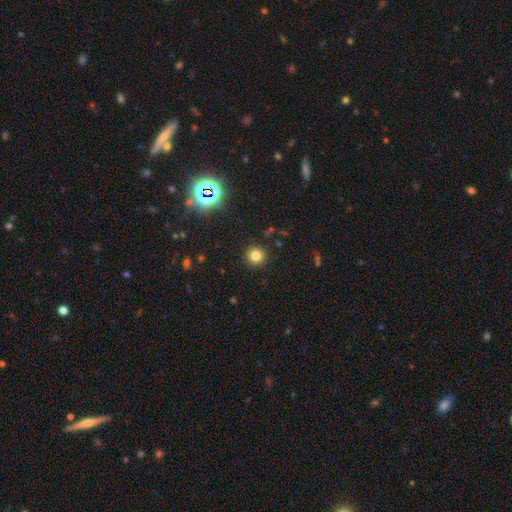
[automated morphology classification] A smooth galaxy with no disk features (78%) that is round (94%). Merging: none (92%).